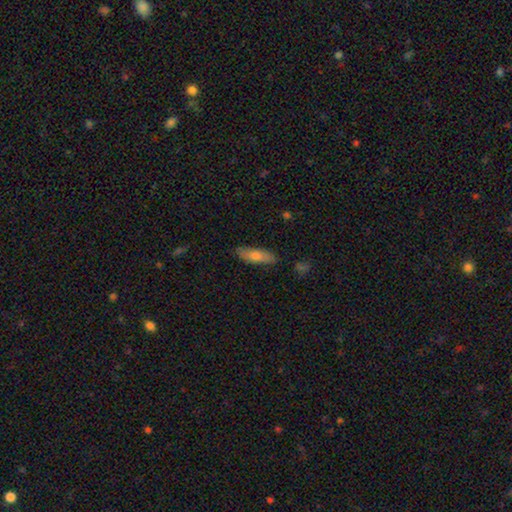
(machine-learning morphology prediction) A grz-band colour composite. It shows a smooth galaxy with no disk features (67%) that is cigar-shaped (53%). Merging: none (84%).